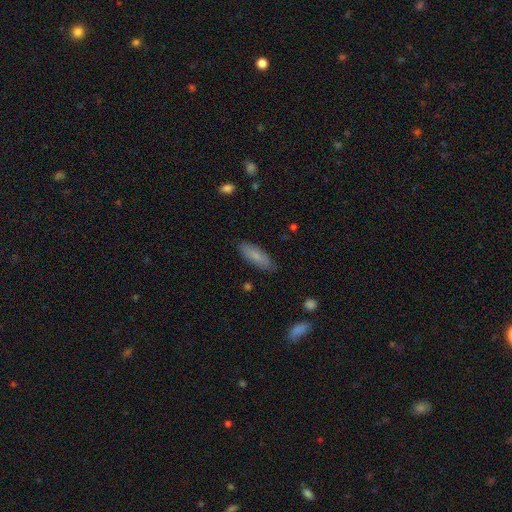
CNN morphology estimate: This is likely a smooth galaxy (79%). How rounded: likely in between (62%). Merging: clearly none (83%).